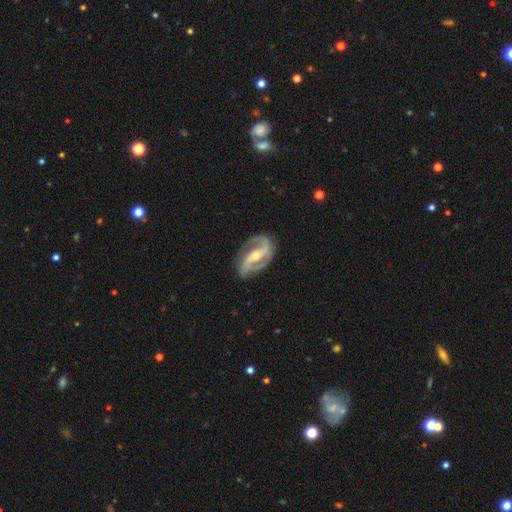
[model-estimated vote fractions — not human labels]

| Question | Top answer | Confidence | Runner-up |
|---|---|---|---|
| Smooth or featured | featured or disk | 91% | smooth (5%) |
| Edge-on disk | no | 96% | yes (4%) |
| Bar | strong | 51% | weak (30%) |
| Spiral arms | yes | 97% | no (3%) |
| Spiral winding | medium | 50% | loose (26%) |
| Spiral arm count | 2 | 89% | 3 (4%) |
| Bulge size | moderate | 50% | small (46%) |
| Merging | none | 78% | minor disturbance (15%) |